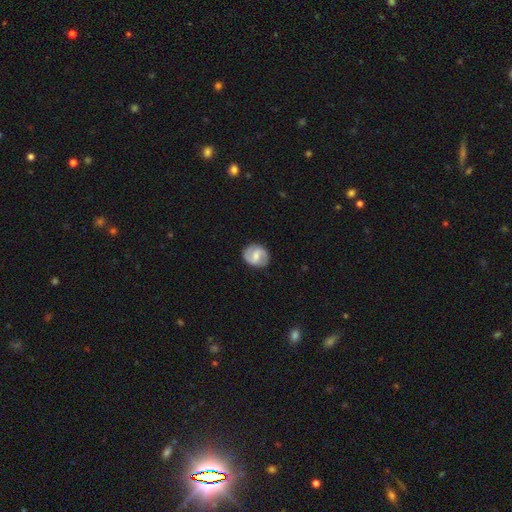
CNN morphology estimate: Smooth or featured: featured or disk — 65% (smooth — 29%)
Edge-on disk: no — 98% (yes — 2%)
Bar: weak — 53% (strong — 26%)
Spiral arms: yes — 88% (no — 12%)
Spiral winding: medium — 47% (tight — 28%)
Spiral arm count: 2 — 89% (can't tell — 6%)
Bulge size: moderate — 48% (small — 38%)
Merging: none — 86% (minor disturbance — 10%)